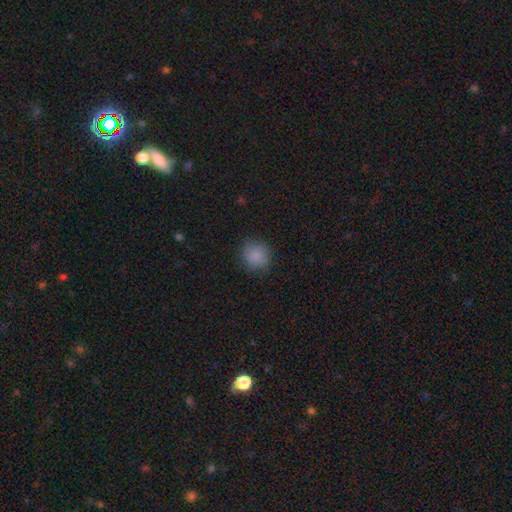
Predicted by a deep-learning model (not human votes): A smooth galaxy with no disk features (86%) that is round (89%). Merging: none (83%).